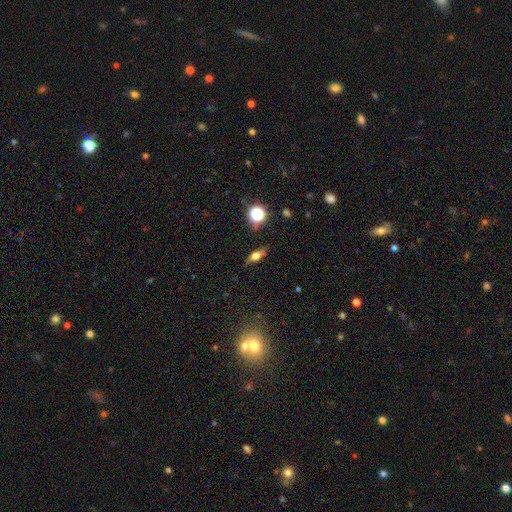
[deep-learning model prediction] Smooth or featured?
  - smooth: 50% *
  - featured or disk: 37%
  - star or artifact: 13%
How rounded?
  - in between: 57% *
  - cigar-shaped: 31%
  - round: 12%
Merging?
  - none: 77% *
  - minor disturbance: 16%
  - major disturbance: 5%
  - merger: 2%